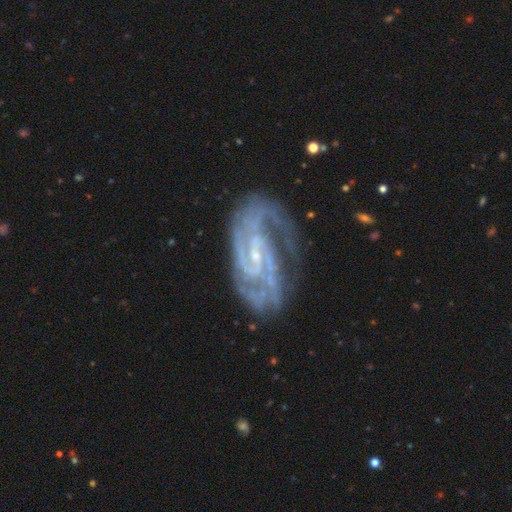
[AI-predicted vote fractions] A featured or disk galaxy (91%) with a weak bar (47%), 2 (42%) tight (46%) spiral arms (98%) and a small central bulge (78%). Merging: none (66%).